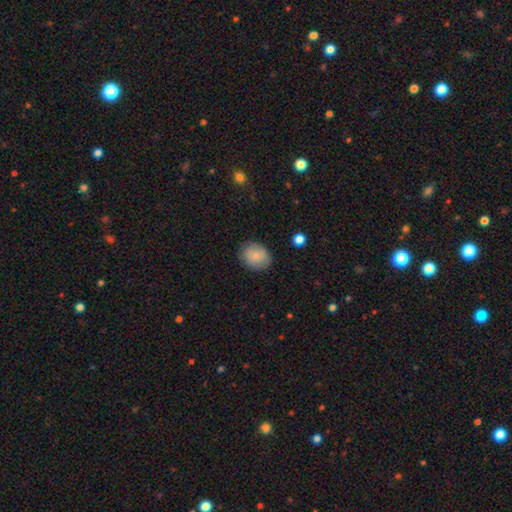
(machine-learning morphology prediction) smooth-or-featured: smooth: 81% | featured or disk: 12% | star or artifact: 8%
  how-rounded: round: 51% | in between: 48% | cigar-shaped: 1%
  merging: none: 81% | minor disturbance: 14% | major disturbance: 4% | merger: 1%